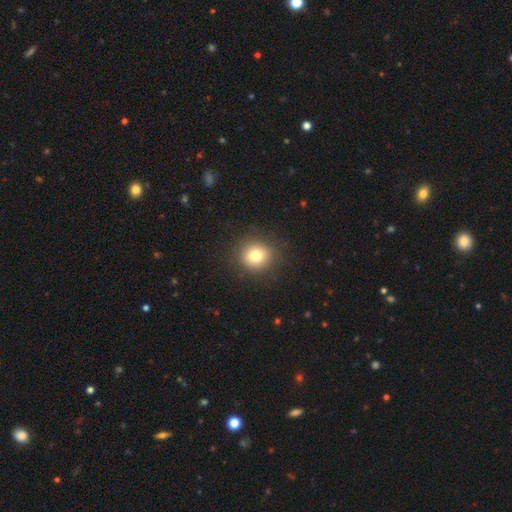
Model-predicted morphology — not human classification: This appears to be a smooth galaxy with no disk features (78%) that is round (89%). Merging: none (89%).